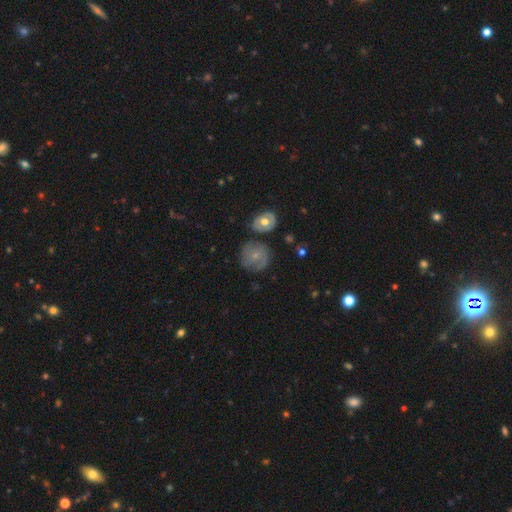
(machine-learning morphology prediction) Overall: smooth (50%; featured or disk 41%). Merging: none (64%).